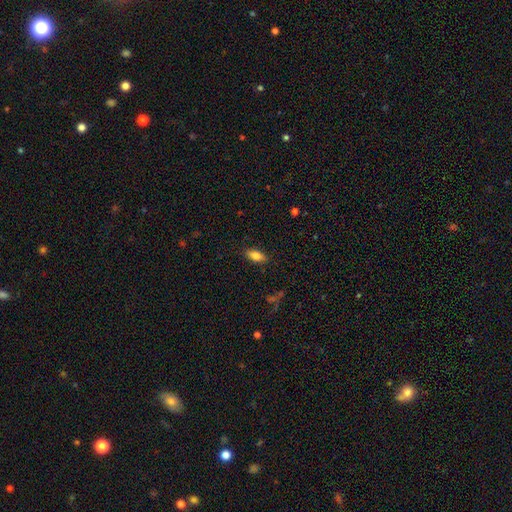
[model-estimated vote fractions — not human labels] The model was most divided on "smooth or featured": smooth: 80%, featured or disk: 13%, star or artifact: 8%. More confident: merging — none (87%); how rounded — in between (84%).